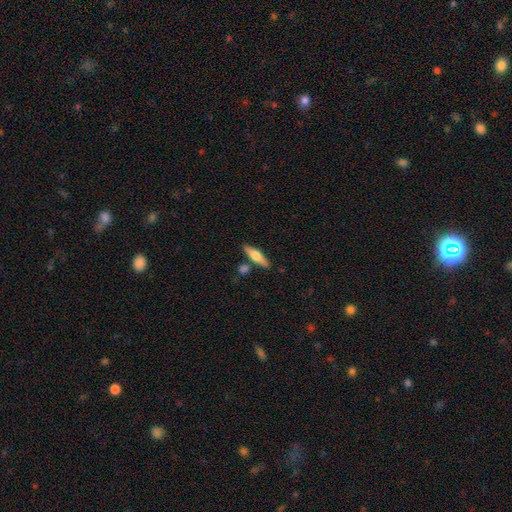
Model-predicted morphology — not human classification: A smooth galaxy with no disk features (51%) that is cigar-shaped (69%).

Vote fractions:
- Smooth or featured? smooth: 51% / featured or disk: 44% / star or artifact: 6%
- How rounded? cigar-shaped: 69% / in between: 29% / round: 3%
- Merging? none: 80% / minor disturbance: 10% / merger: 7% / major disturbance: 2%